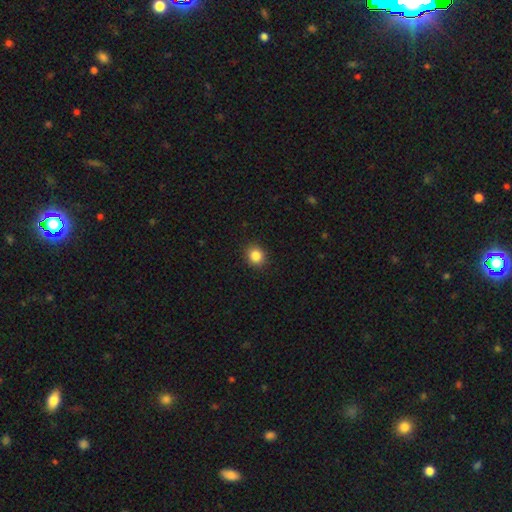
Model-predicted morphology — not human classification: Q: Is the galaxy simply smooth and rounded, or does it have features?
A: smooth — 85%.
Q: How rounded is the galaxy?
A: round — 77%.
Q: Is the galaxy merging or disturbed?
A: none — 91%.